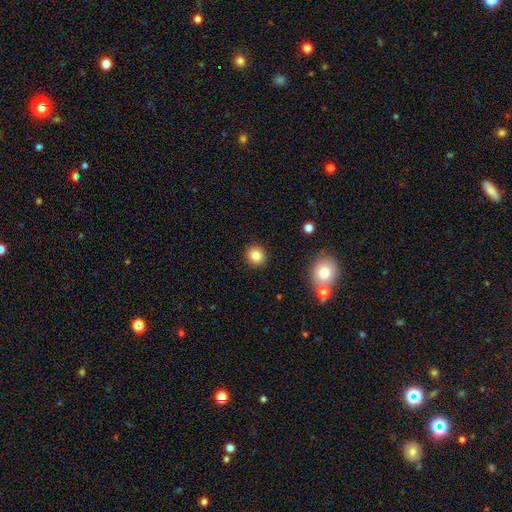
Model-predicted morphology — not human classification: Overall: smooth (85%). How rounded: round (86%). Merging: none (90%).